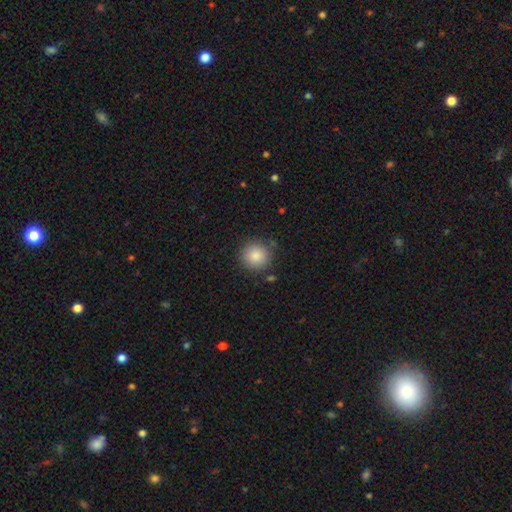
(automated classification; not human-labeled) This is clearly a smooth galaxy (86%). How rounded: clearly round (93%). Merging: clearly none (84%).